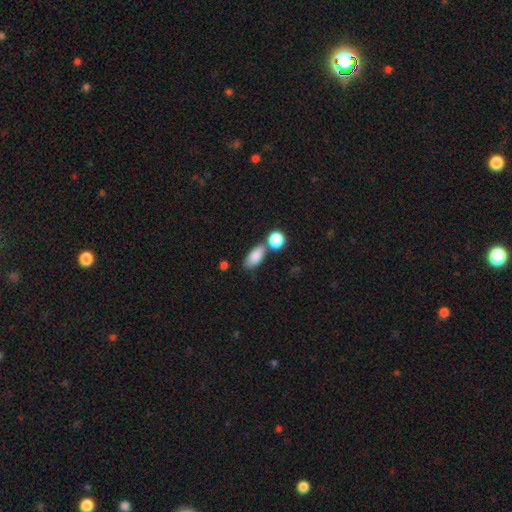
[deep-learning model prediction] This is clearly a smooth galaxy (85%). How rounded: clearly in between (84%). Merging: possibly none (56%).